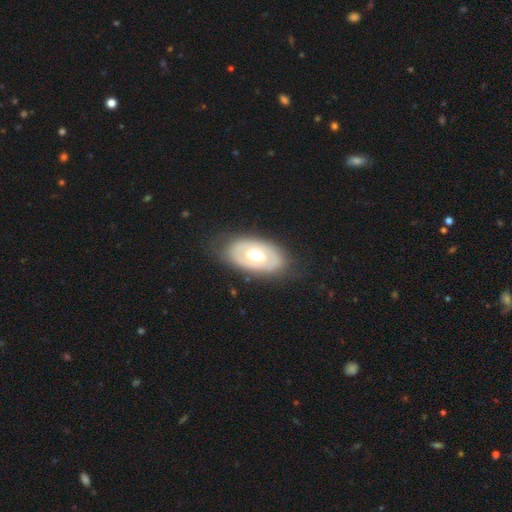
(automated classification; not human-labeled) Smooth or featured?
  - featured or disk: 53% *
  - smooth: 41%
  - star or artifact: 5%
Edge-on disk?
  - no: 89% *
  - yes: 11%
Merging?
  - none: 79% *
  - minor disturbance: 14%
  - major disturbance: 6%
  - merger: 1%